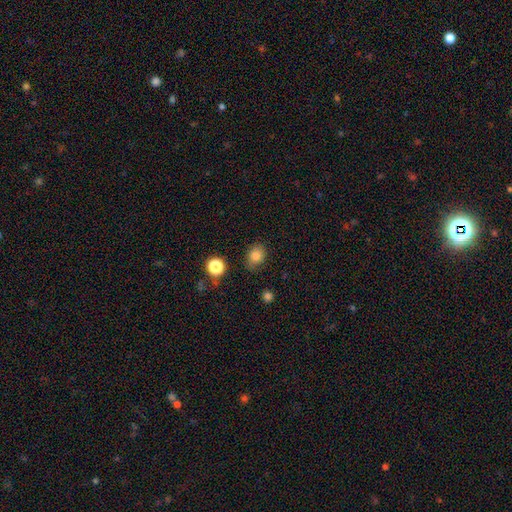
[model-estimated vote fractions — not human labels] Smooth or featured? smooth (83%)
How rounded? in between (51%)
Merging? none (77%)